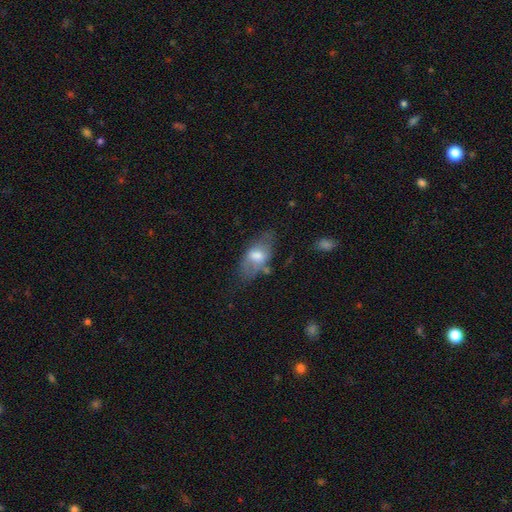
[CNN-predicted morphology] Smooth or featured: smooth — 55% (featured or disk — 37%)
How rounded: in between — 89% (cigar-shaped — 6%)
Merging: none — 59% (minor disturbance — 25%)